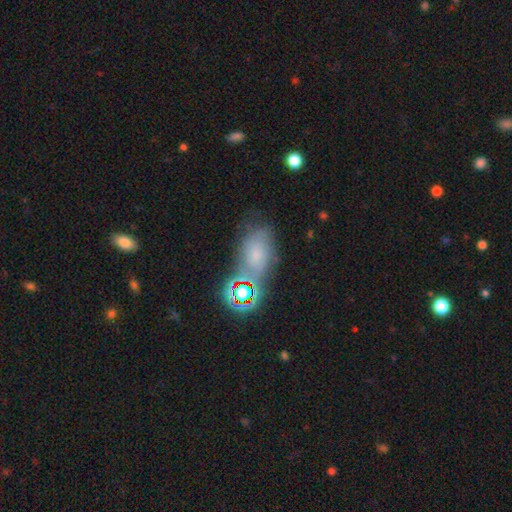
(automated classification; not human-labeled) smooth_or_featured: smooth (p=0.46) [alt: star or artifact p=0.28]
merging: none (p=0.49) [alt: minor disturbance p=0.25]